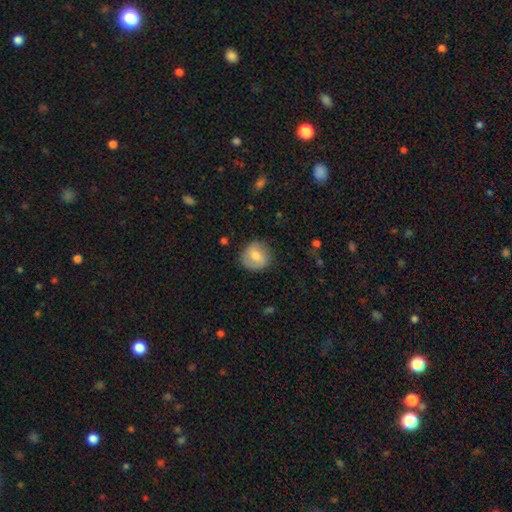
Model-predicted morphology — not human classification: This appears to be a smooth galaxy with no disk features (66%) that is round (87%). Merging: none (82%).